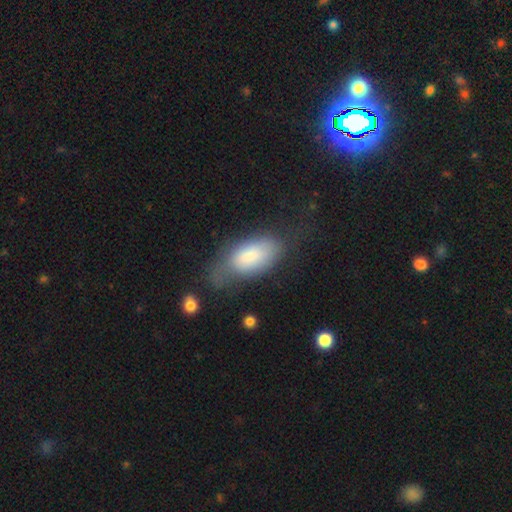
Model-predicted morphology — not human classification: Smooth or featured? Predicted: smooth (p=0.77). How rounded? Predicted: in between (p=0.91). Merging? Predicted: none (p=0.36).